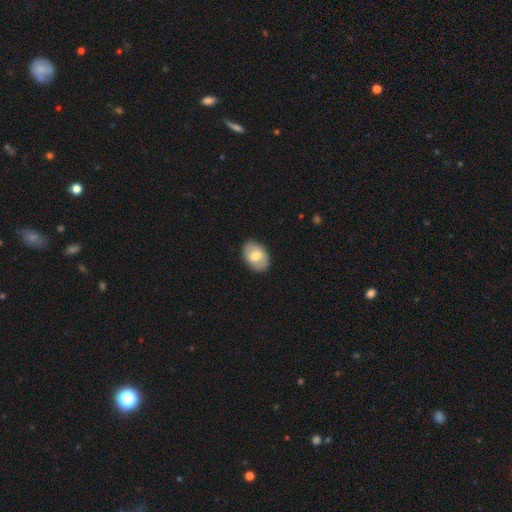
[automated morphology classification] smooth 69%, featured or disk 25%, star or artifact 6%. Down the decision tree: how rounded — in between (83%); merging — none (86%).